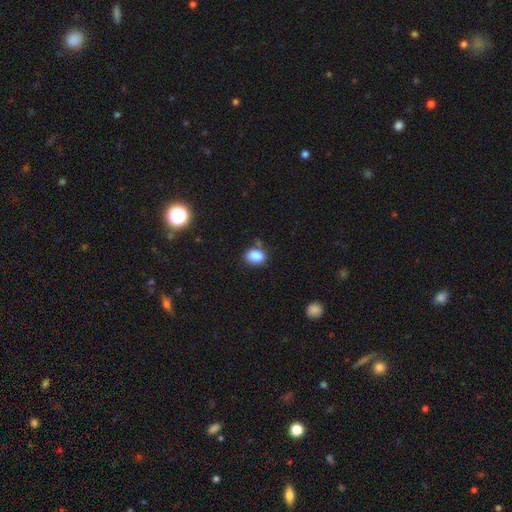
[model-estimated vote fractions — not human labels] smooth 86%, star or artifact 10%, featured or disk 4%. Down the decision tree: how rounded — in between (75%); merging — none (72%).